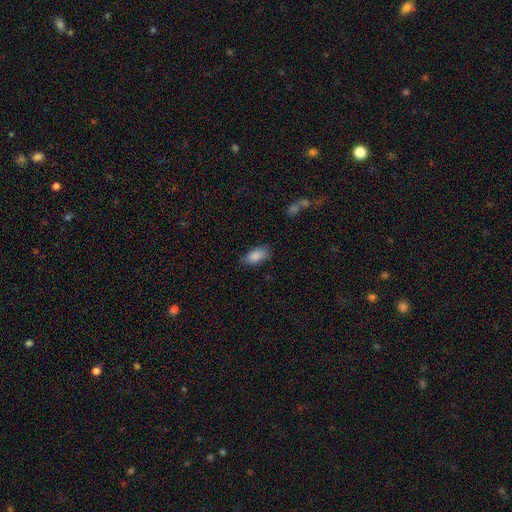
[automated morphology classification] Smooth or featured? Predicted: smooth (p=0.87). How rounded? Predicted: in between (p=0.92). Merging? Predicted: none (p=0.76).